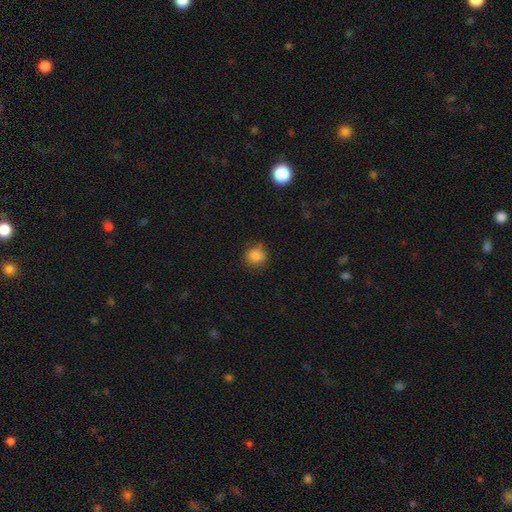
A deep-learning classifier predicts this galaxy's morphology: smooth-or-featured: smooth: 85% | star or artifact: 10% | featured or disk: 5%
  how-rounded: round: 86% | in between: 13% | cigar-shaped: 1%
  merging: none: 78% | minor disturbance: 17% | major disturbance: 4% | merger: 1%